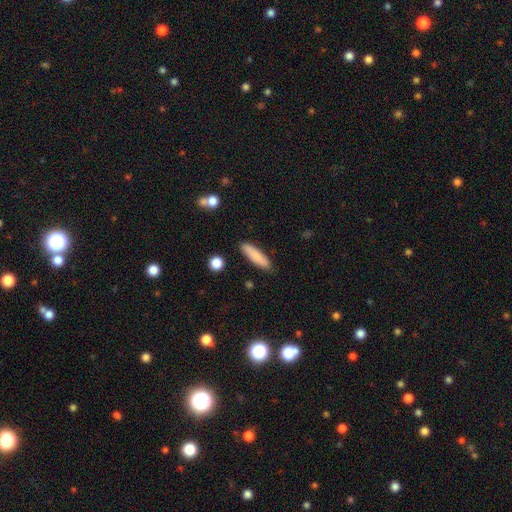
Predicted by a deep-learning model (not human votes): Smooth or featured? smooth (84%)
How rounded? cigar-shaped (71%)
Merging? none (87%)